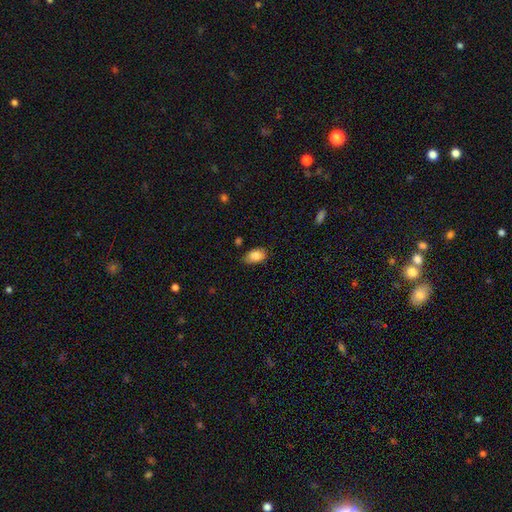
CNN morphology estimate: Smooth or featured: smooth — 85% (star or artifact — 7%)
How rounded: in between — 91% (round — 7%)
Merging: none — 76% (minor disturbance — 19%)